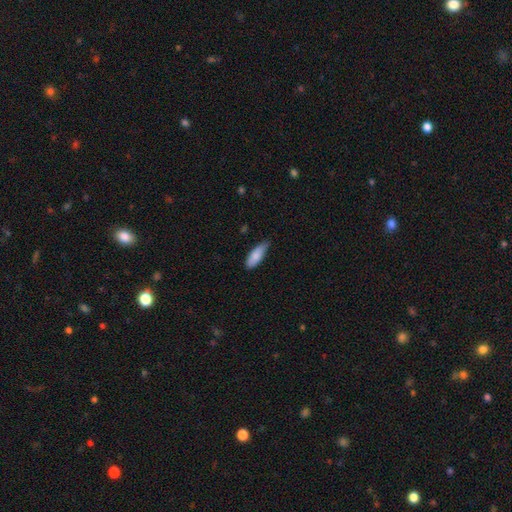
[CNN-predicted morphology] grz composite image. It shows a smooth galaxy with no disk features (85%) that is in between round and cigar-shaped (66%). Merging: none (62%).